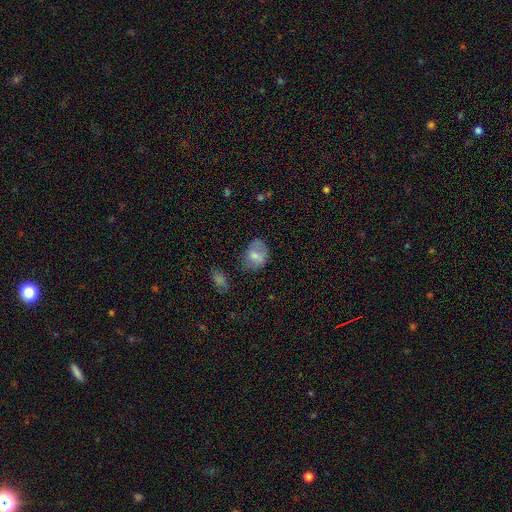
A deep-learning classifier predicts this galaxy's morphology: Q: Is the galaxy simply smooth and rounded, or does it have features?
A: smooth — 71%.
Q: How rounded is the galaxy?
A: in between — 62%.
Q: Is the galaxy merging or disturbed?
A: none — 61%.